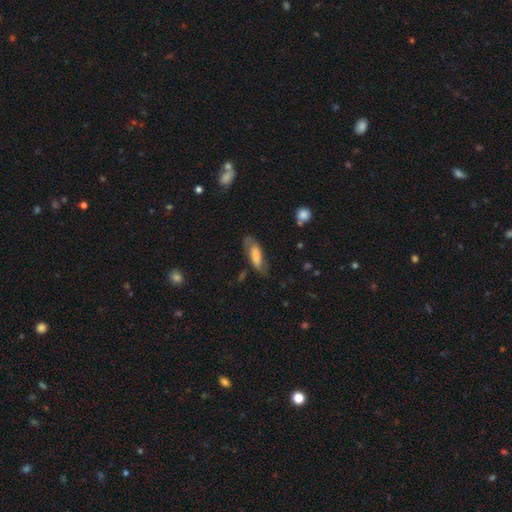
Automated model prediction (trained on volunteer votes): This is likely a smooth galaxy (72%). How rounded: likely in between (60%). Merging: possibly none (57%).